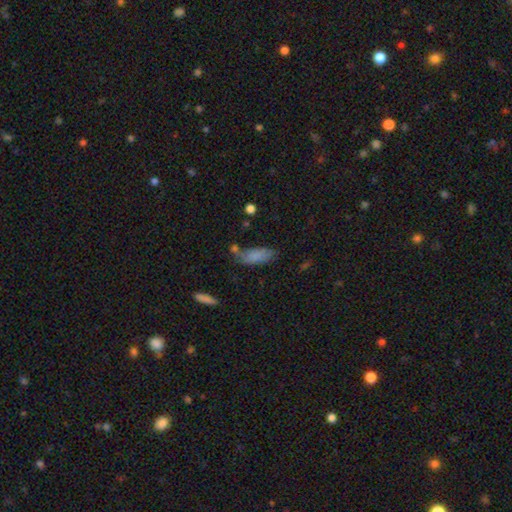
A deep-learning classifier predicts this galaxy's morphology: Overall: smooth (81%). How rounded: in between (73%). Merging: none (53%; minor disturbance 25%).